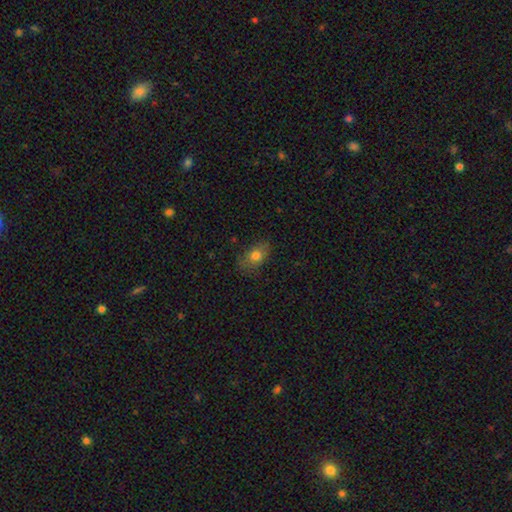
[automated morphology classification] Smooth or featured: smooth — 76% (featured or disk — 14%)
How rounded: in between — 79% (round — 19%)
Merging: none — 71% (minor disturbance — 21%)